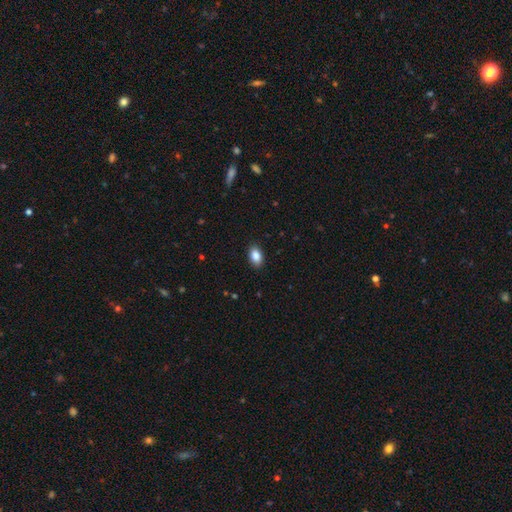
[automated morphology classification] Q: Smooth or featured?
A: smooth (87%); runner-up: star or artifact (8%)
Q: How rounded?
A: in between (89%); runner-up: round (9%)
Q: Merging?
A: none (89%); runner-up: minor disturbance (8%)